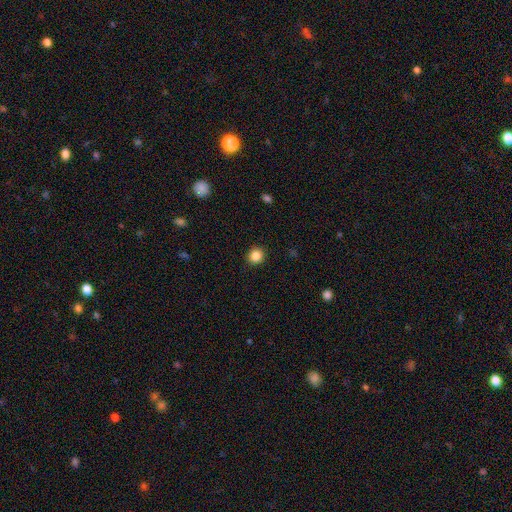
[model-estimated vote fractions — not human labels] Smooth or featured?
  - smooth: 86% *
  - star or artifact: 10%
  - featured or disk: 4%
How rounded?
  - round: 89% *
  - in between: 10%
  - cigar-shaped: 1%
Merging?
  - none: 92% *
  - minor disturbance: 5%
  - major disturbance: 2%
  - merger: 1%